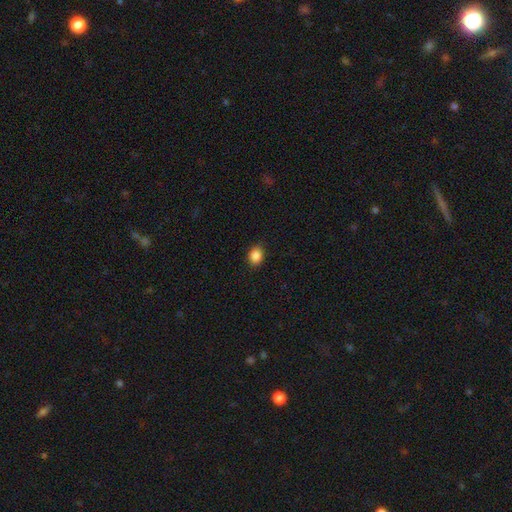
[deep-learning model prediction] The model was most divided on "how rounded": in between: 57%, round: 42%, cigar-shaped: 1%. More confident: smooth or featured — smooth (88%); merging — none (87%).